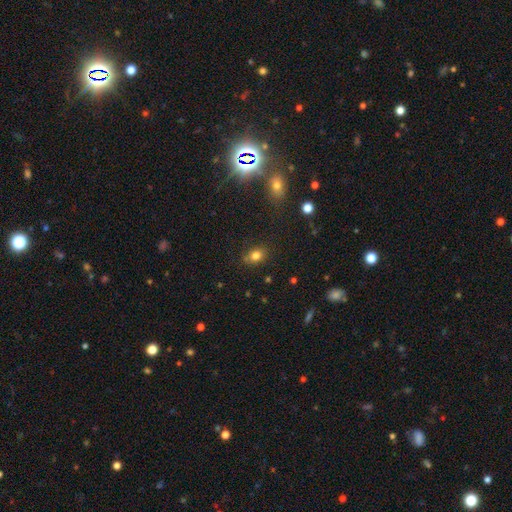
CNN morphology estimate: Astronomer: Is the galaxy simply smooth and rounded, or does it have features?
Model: smooth — 80%.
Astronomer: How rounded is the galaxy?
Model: in between — 52% (runner-up: round, 47%).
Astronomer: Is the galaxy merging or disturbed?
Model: none — 80%.